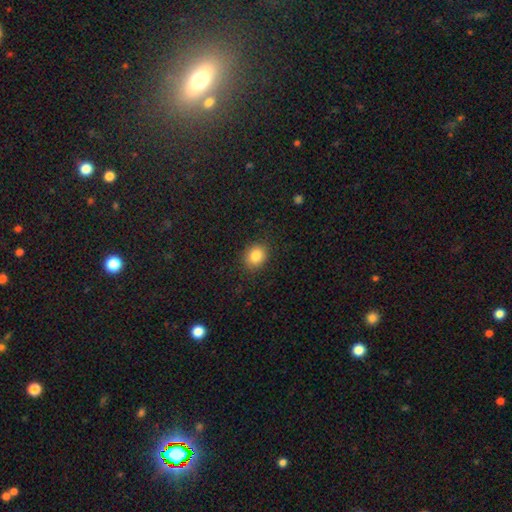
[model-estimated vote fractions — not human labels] Q: Smooth or featured?
A: smooth (84%); runner-up: star or artifact (10%)
Q: How rounded?
A: round (63%); runner-up: in between (36%)
Q: Merging?
A: none (88%); runner-up: minor disturbance (9%)